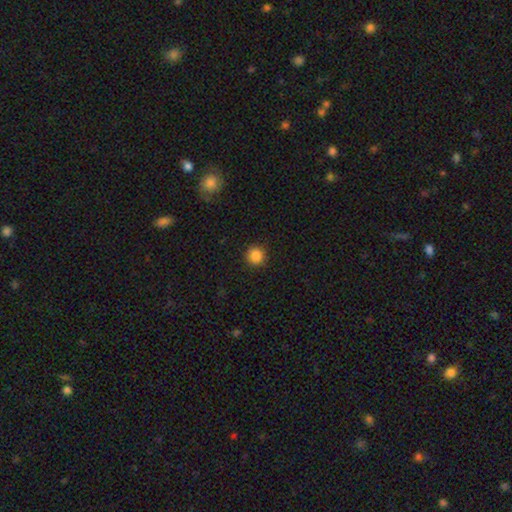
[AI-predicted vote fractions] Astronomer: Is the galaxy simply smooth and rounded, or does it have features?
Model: smooth — 87%.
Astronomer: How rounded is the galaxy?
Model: round — 94%.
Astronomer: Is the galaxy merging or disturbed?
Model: none — 91%.